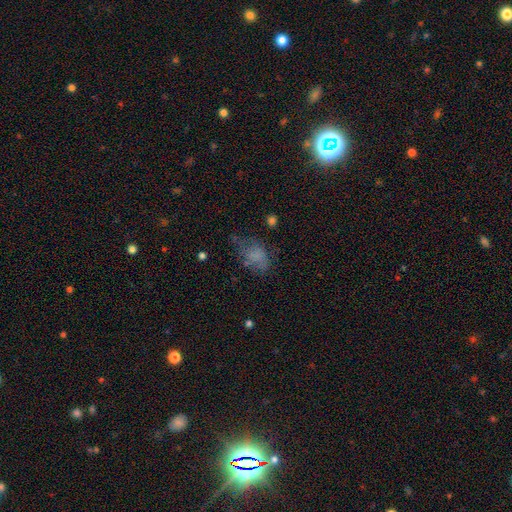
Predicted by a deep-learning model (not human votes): smooth_or_featured: smooth (p=0.63) [alt: featured or disk p=0.22]
how_rounded: in between (p=0.81) [alt: round p=0.17]
merging: none (p=0.43) [alt: minor disturbance p=0.28]